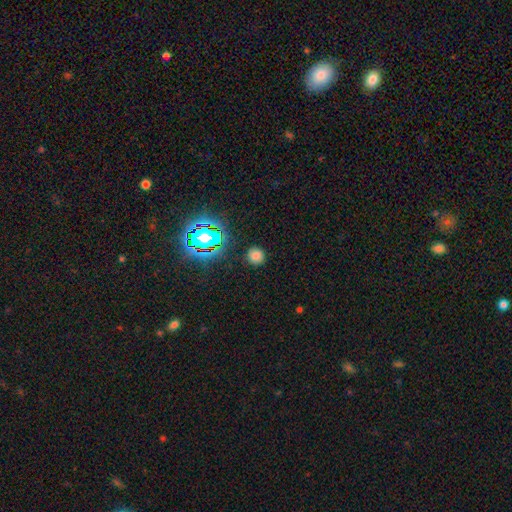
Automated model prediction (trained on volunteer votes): Overall: smooth (71%). How rounded: round (91%). Merging: none (88%).